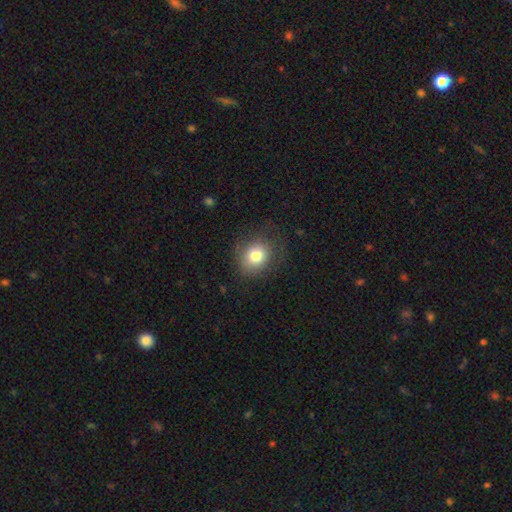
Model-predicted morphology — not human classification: smooth-or-featured: smooth: 78% | featured or disk: 11% | star or artifact: 11%
  how-rounded: round: 69% | in between: 30% | cigar-shaped: 1%
  merging: none: 76% | minor disturbance: 16% | major disturbance: 8% | merger: 1%